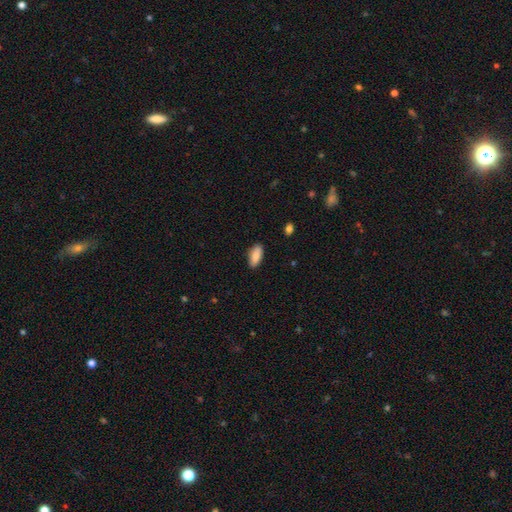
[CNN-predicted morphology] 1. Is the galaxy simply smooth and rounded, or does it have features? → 86% smooth, 8% featured or disk, 6% star or artifact.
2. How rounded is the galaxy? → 85% in between, 13% cigar-shaped, 2% round.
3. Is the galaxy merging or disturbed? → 87% none, 10% minor disturbance, 2% major disturbance, 1% merger.